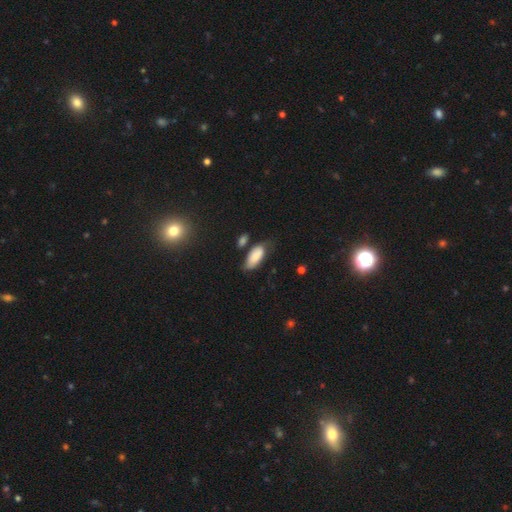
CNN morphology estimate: smooth-or-featured: smooth: 82% | featured or disk: 11% | star or artifact: 7%
  how-rounded: in between: 87% | cigar-shaped: 11% | round: 2%
  merging: none: 56% | minor disturbance: 29% | major disturbance: 9% | merger: 7%